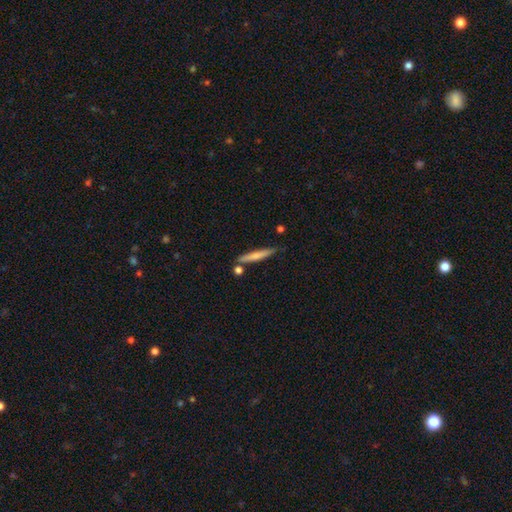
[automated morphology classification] This appears to be a smooth galaxy with no disk features (64%) that is cigar-shaped (94%). Merging: none (78%).